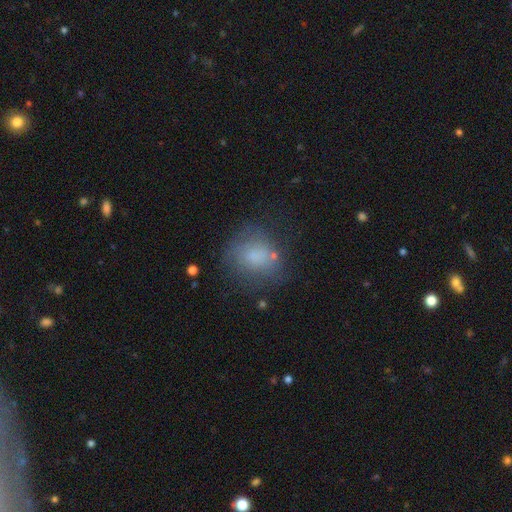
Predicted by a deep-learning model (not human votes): This is likely a smooth galaxy (71%). How rounded: likely round (72%). Merging: likely none (64%).